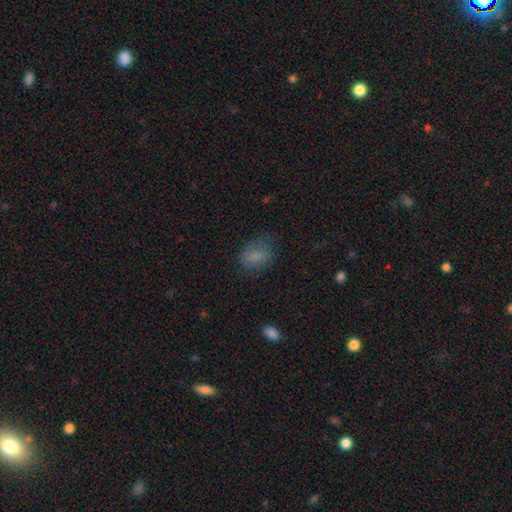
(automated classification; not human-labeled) Smooth or featured?
  - smooth: 77% *
  - featured or disk: 12%
  - star or artifact: 11%
How rounded?
  - in between: 75% *
  - round: 22%
  - cigar-shaped: 2%
Merging?
  - none: 65% *
  - minor disturbance: 23%
  - major disturbance: 11%
  - merger: 2%